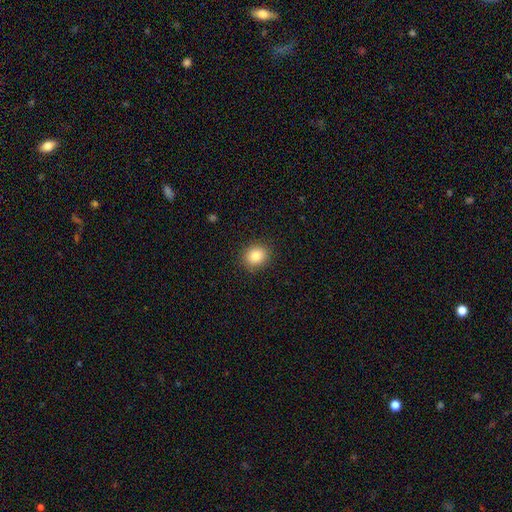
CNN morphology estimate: smooth-or-featured: smooth: 85% | star or artifact: 10% | featured or disk: 6%
  how-rounded: round: 72% | in between: 27% | cigar-shaped: 1%
  merging: none: 90% | minor disturbance: 7% | major disturbance: 2% | merger: 1%